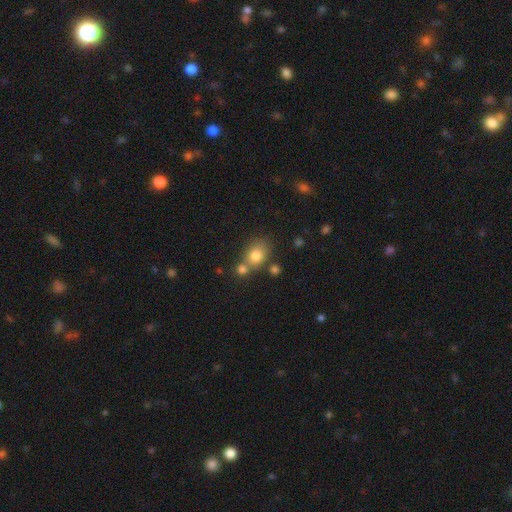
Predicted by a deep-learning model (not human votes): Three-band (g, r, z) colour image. It shows a smooth galaxy with no disk features (79%) that is round (50%). Merging: none (52%).